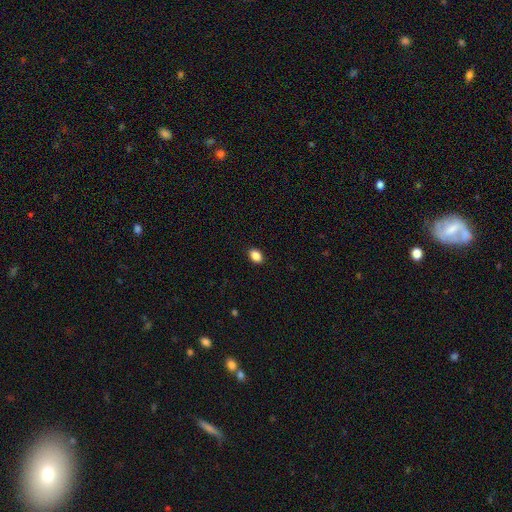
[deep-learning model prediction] smooth_or_featured: smooth (p=0.88) [alt: star or artifact p=0.09]
how_rounded: in between (p=0.79) [alt: round p=0.20]
merging: none (p=0.90) [alt: minor disturbance p=0.07]